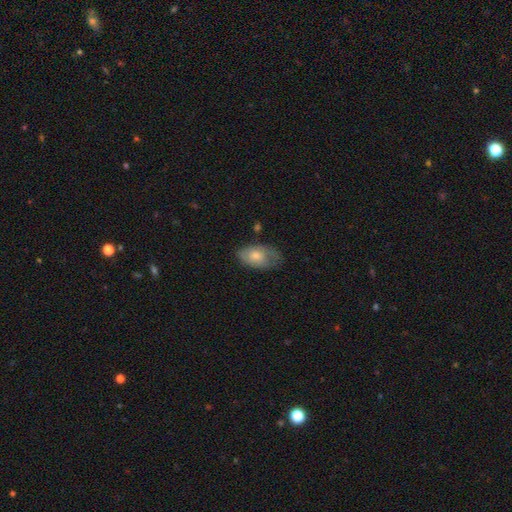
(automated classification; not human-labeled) This is likely a smooth galaxy (64%). How rounded: clearly in between (91%). Merging: likely none (60%).